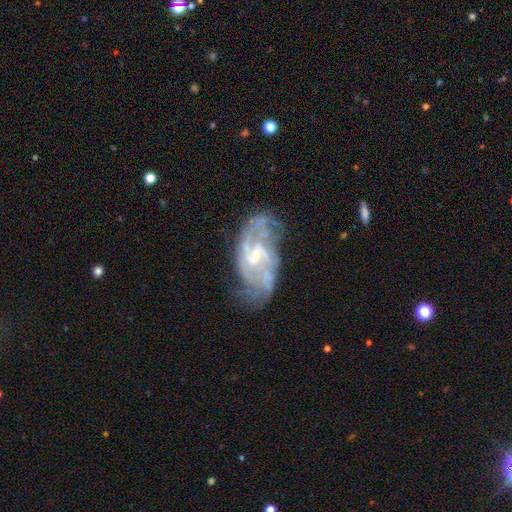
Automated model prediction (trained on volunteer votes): A featured or disk galaxy (86%) with a weak bar (56%), 2 (48%) medium (48%) spiral arms (94%) and a small central bulge (64%). Merging: none (63%).